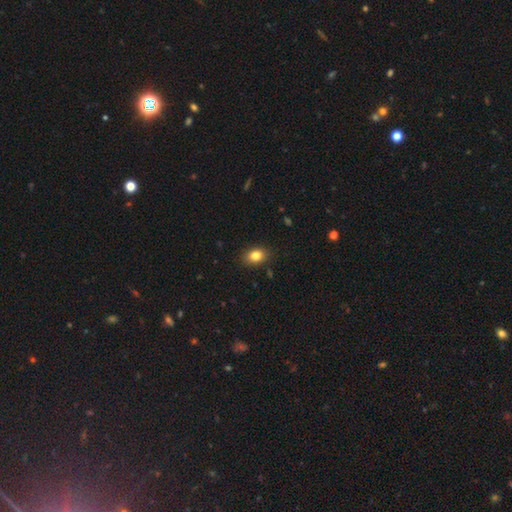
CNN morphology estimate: This appears to be a smooth galaxy with no disk features (83%) that is in between round and cigar-shaped (71%). Merging: none (87%).